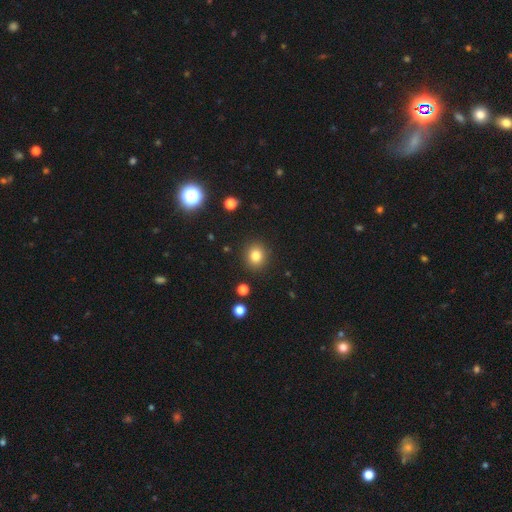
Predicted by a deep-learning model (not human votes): A smooth galaxy with no disk features (82%) that is round (82%).

Vote fractions:
- Smooth or featured? smooth: 82% / star or artifact: 12% / featured or disk: 6%
- How rounded? round: 82% / in between: 17% / cigar-shaped: 1%
- Merging? none: 90% / minor disturbance: 6% / major disturbance: 2% / merger: 2%